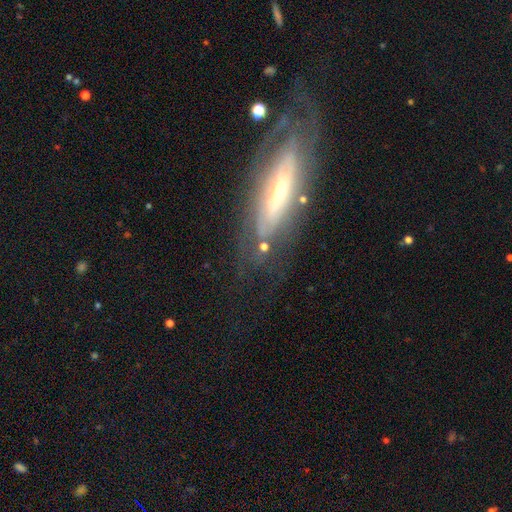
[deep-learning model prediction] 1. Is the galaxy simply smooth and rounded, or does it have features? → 74% featured or disk, 17% smooth, 8% star or artifact.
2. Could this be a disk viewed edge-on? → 66% no, 34% yes.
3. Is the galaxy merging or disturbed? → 69% none, 18% minor disturbance, 11% major disturbance, 2% merger.